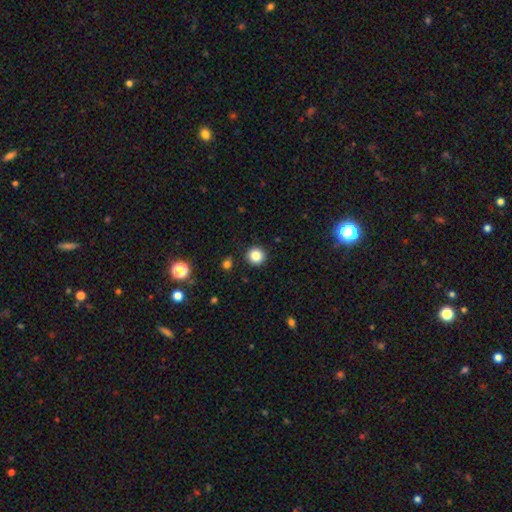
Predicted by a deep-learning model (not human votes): This is clearly a smooth galaxy (84%). How rounded: clearly round (94%). Merging: clearly none (91%).